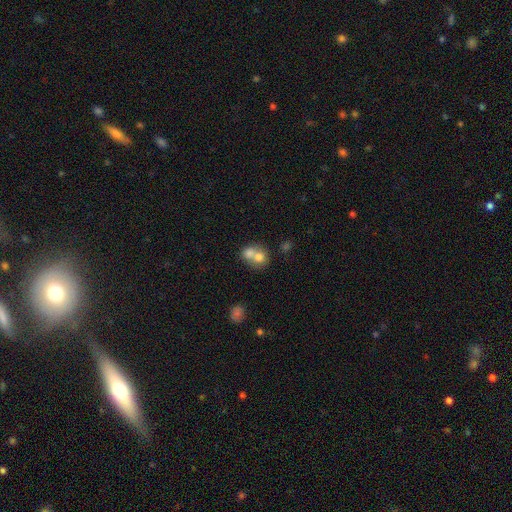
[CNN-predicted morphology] Overall: smooth (72%). How rounded: round (68%; in between 31%). Merging: merger (69%).